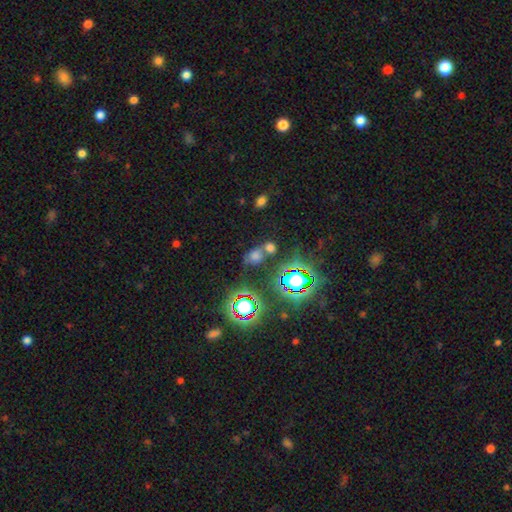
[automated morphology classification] A smooth galaxy with no disk features (48%). Merging: none (57%).